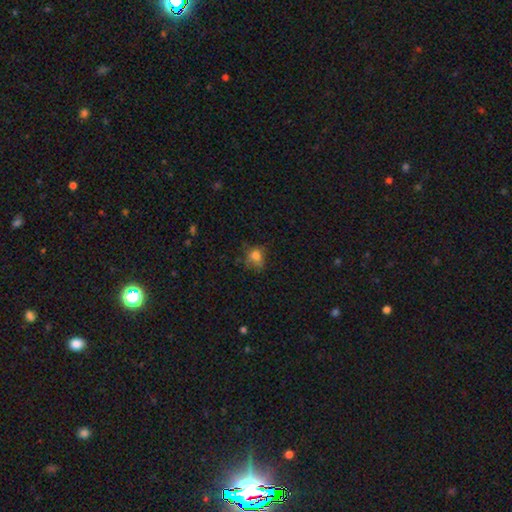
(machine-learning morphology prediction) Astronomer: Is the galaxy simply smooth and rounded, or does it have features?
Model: smooth — 74%.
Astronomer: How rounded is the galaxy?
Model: round — 61% (runner-up: in between, 38%).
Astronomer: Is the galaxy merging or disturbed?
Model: none — 50% (runner-up: minor disturbance, 29%).